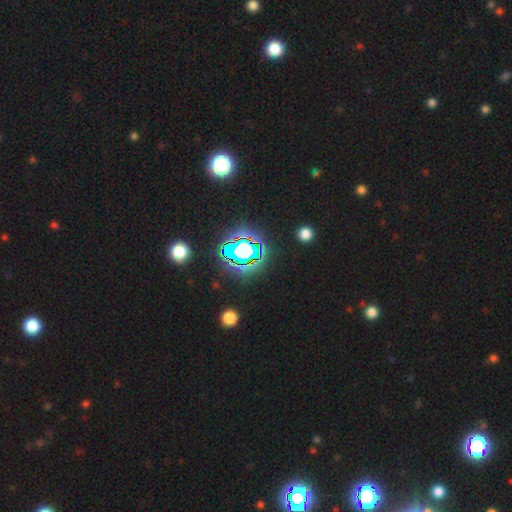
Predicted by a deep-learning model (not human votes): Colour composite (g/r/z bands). It shows a star or artifact, not a galaxy (83%).